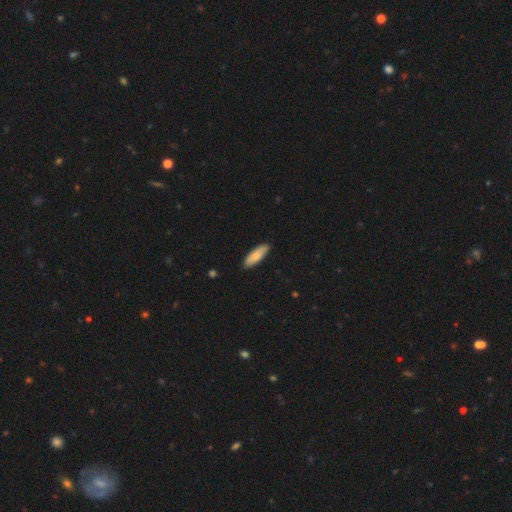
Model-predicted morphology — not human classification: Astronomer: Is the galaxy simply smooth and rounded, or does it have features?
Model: smooth — 82%.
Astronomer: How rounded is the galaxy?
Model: in between — 59% (runner-up: cigar-shaped, 40%).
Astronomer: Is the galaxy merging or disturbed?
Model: none — 89%.